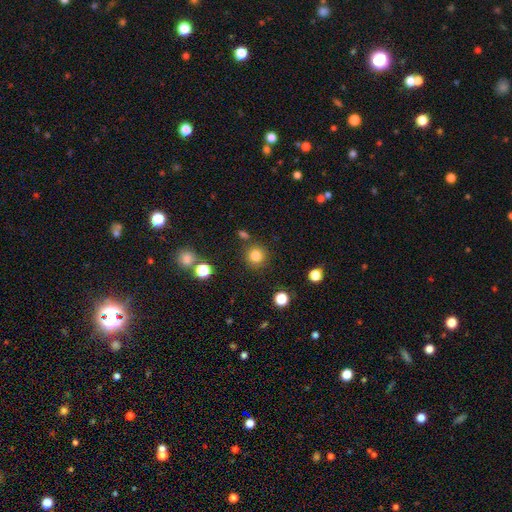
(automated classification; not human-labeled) smooth 83%, star or artifact 12%, featured or disk 5%. Down the decision tree: how rounded — round (93%); merging — none (85%).